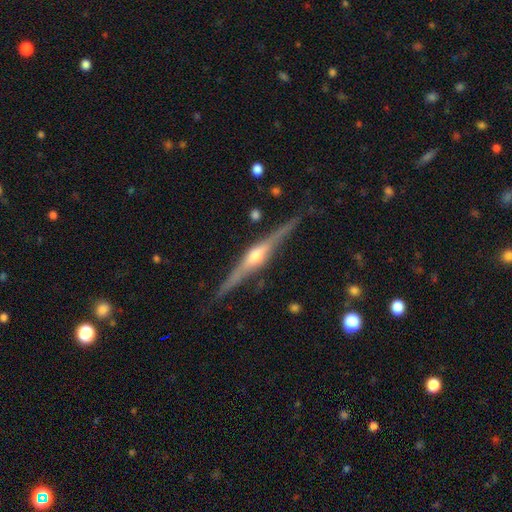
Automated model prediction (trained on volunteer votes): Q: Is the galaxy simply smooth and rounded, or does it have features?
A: featured or disk — 85%.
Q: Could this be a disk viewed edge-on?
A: yes — 98%.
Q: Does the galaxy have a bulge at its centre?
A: rounded — 88%.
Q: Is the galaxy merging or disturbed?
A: none — 88%.